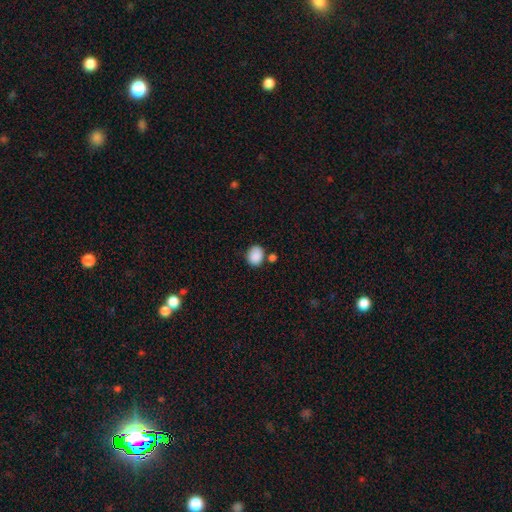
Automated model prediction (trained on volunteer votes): smooth-or-featured: smooth: 88% | star or artifact: 8% | featured or disk: 4%
  how-rounded: round: 61% | in between: 38% | cigar-shaped: 1%
  merging: none: 69% | minor disturbance: 14% | merger: 13% | major disturbance: 4%